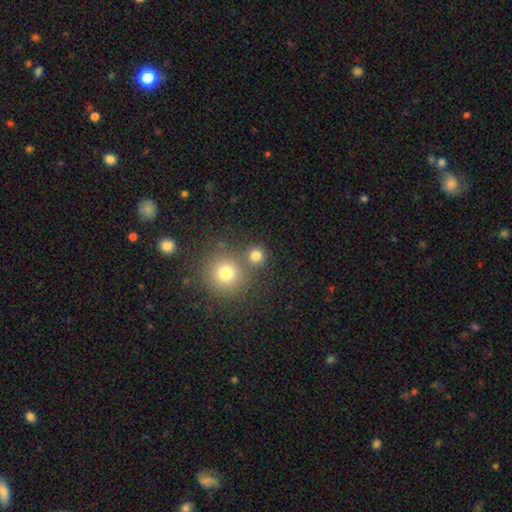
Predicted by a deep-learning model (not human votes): Smooth or featured?
  - smooth: 79% *
  - star or artifact: 15%
  - featured or disk: 6%
How rounded?
  - round: 92% *
  - in between: 7%
  - cigar-shaped: 1%
Merging?
  - none: 71% *
  - merger: 20%
  - minor disturbance: 6%
  - major disturbance: 3%